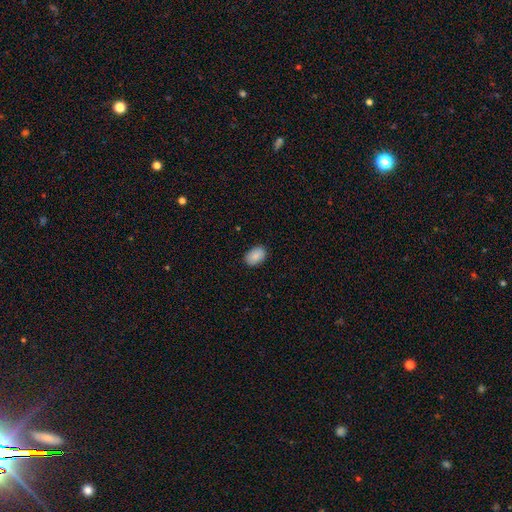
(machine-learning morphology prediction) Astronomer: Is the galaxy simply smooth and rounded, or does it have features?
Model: smooth — 89%.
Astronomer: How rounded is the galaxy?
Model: in between — 86%.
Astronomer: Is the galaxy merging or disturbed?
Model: none — 88%.